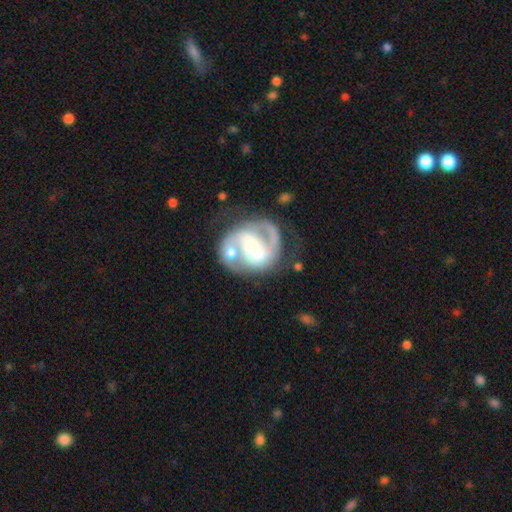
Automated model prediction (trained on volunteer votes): This is clearly a featured or disk galaxy (84%). It is clearly not viewed edge-on (98%). Bar: marginally weak (41%). Spiral arm pattern: clearly yes (91%). Spiral arm count: clearly 2 (83%). Spiral winding: possibly medium (53%). Central bulge: possibly moderate (56%). Merging: possibly none (49%).